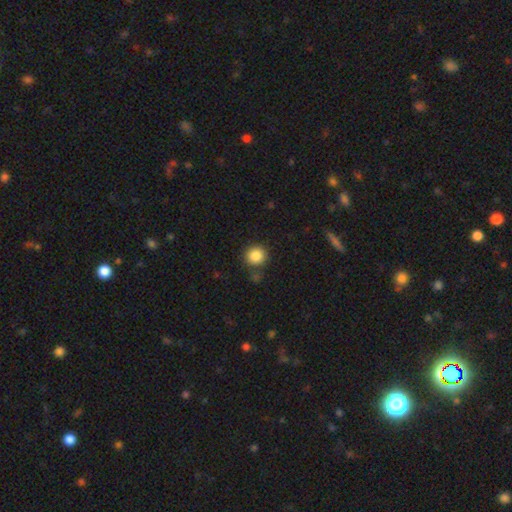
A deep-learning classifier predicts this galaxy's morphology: smooth 86%, star or artifact 10%, featured or disk 4%. Down the decision tree: how rounded — round (92%); merging — none (80%).